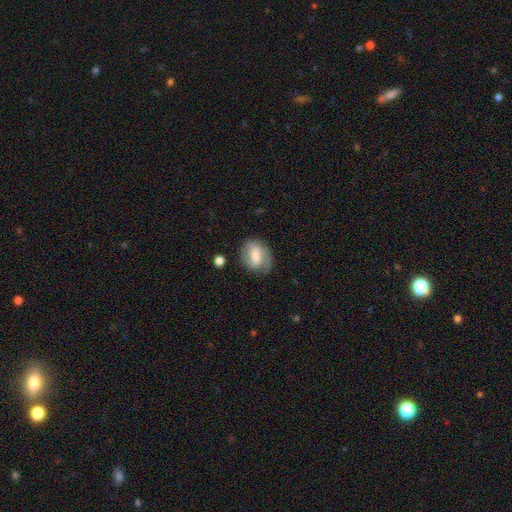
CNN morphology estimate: featured or disk 49%, smooth 44%, star or artifact 7%. Down the decision tree: merging — none (72%).